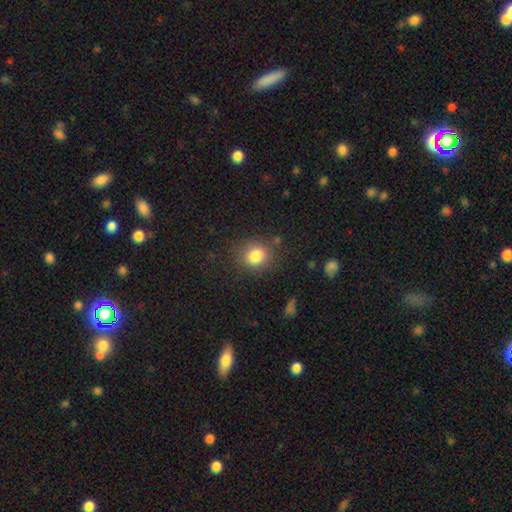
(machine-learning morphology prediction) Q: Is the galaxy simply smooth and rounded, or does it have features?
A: smooth — 82%.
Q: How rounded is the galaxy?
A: round — 76%.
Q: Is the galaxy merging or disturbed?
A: none — 82%.